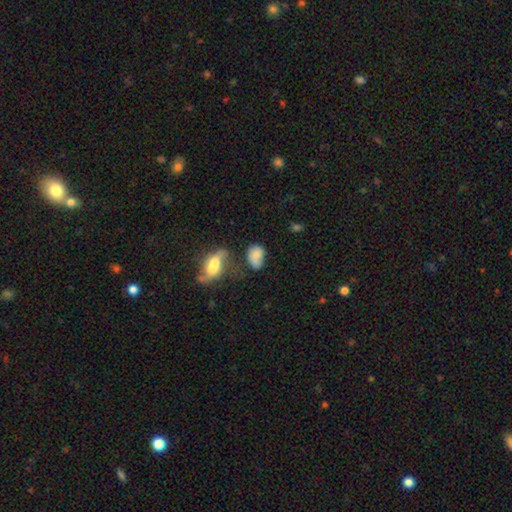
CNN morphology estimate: smooth-or-featured: smooth: 73% | featured or disk: 16% | star or artifact: 11%
  how-rounded: in between: 81% | round: 17% | cigar-shaped: 2%
  merging: none: 35% | minor disturbance: 26% | merger: 21% | major disturbance: 18%